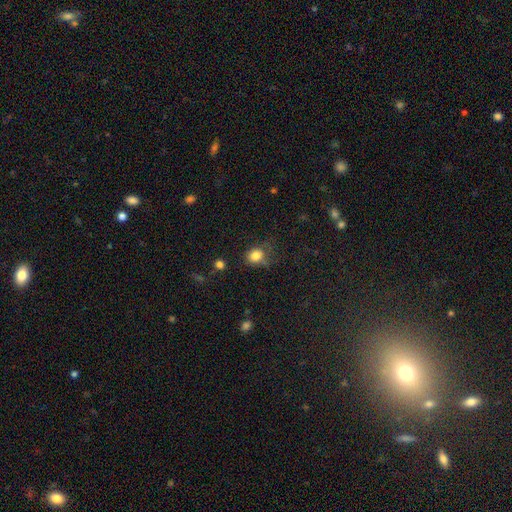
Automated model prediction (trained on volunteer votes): smooth 82%, star or artifact 12%, featured or disk 7%. Down the decision tree: how rounded — round (61%); merging — none (58%).